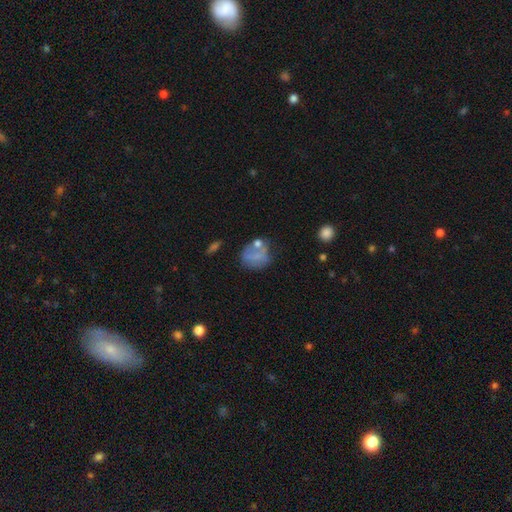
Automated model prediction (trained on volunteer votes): smooth_or_featured: smooth (p=0.63) [alt: featured or disk p=0.25]
how_rounded: round (p=0.63) [alt: in between p=0.36]
merging: none (p=0.46) [alt: minor disturbance p=0.24]